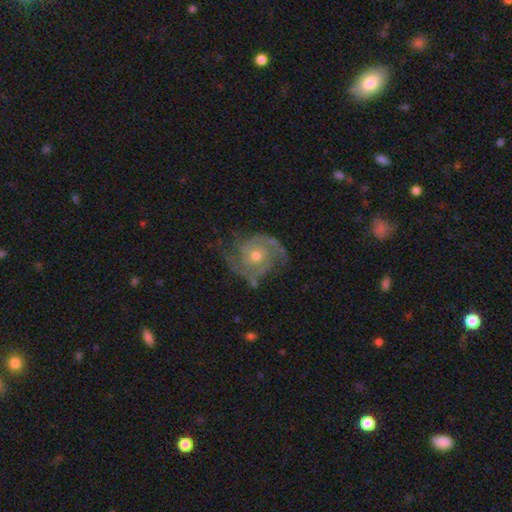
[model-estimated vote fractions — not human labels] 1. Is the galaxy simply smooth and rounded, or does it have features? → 86% featured or disk, 8% smooth, 6% star or artifact.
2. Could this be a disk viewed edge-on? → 98% no, 2% yes.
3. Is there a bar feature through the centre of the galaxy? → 78% no, 18% weak, 4% strong.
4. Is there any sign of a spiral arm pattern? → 95% yes, 5% no.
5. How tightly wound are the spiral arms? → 49% tight, 39% medium, 12% loose.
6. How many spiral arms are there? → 57% 2, 18% 3, 13% can't tell, 4% 4, 4% 1, 3% more than 4.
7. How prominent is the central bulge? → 60% moderate, 36% small, 2% large, 1% none, 1% dominant.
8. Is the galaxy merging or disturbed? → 65% none, 22% minor disturbance, 11% major disturbance, 2% merger.